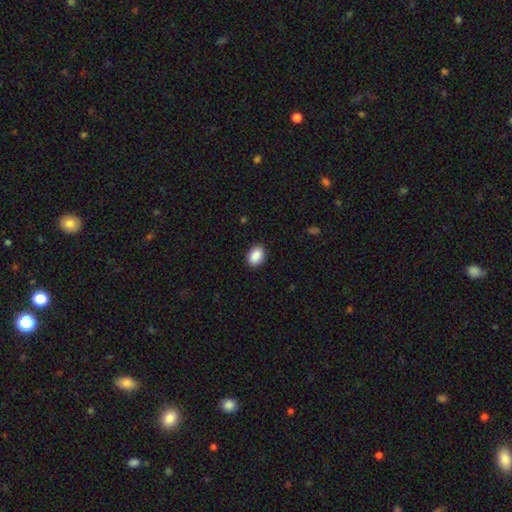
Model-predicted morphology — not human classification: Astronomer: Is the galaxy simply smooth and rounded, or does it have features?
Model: smooth — 90%.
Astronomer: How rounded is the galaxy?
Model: in between — 82%.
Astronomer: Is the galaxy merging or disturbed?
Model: none — 89%.